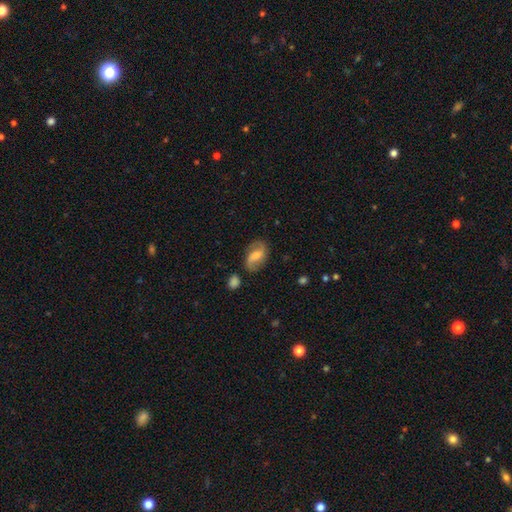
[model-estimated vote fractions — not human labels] Q: Smooth or featured?
A: featured or disk (50%); runner-up: smooth (42%)
Q: Edge-on disk?
A: no (96%); runner-up: yes (4%)
Q: Merging?
A: none (65%); runner-up: minor disturbance (22%)